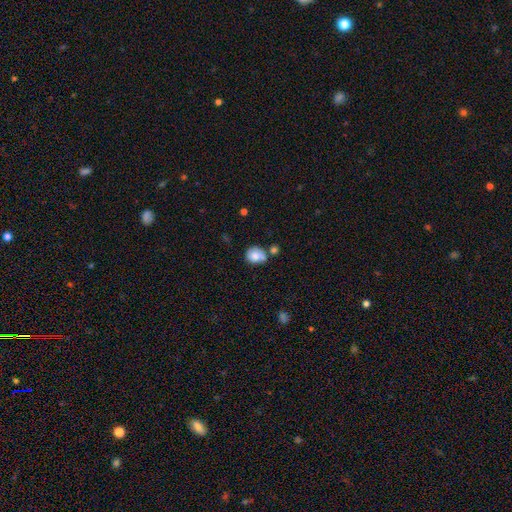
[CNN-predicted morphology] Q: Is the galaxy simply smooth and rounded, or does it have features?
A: smooth — 76%.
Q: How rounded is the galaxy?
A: round — 62%.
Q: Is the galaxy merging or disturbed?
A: none — 43%.